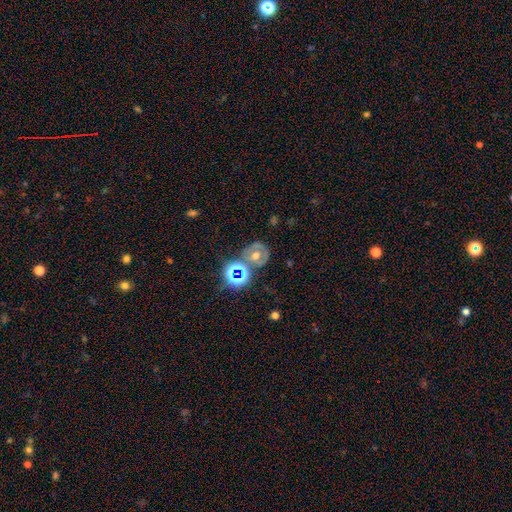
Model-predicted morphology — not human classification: Q: Smooth or featured?
A: featured or disk (43%); runner-up: smooth (30%)
Q: Merging?
A: none (61%); runner-up: merger (16%)